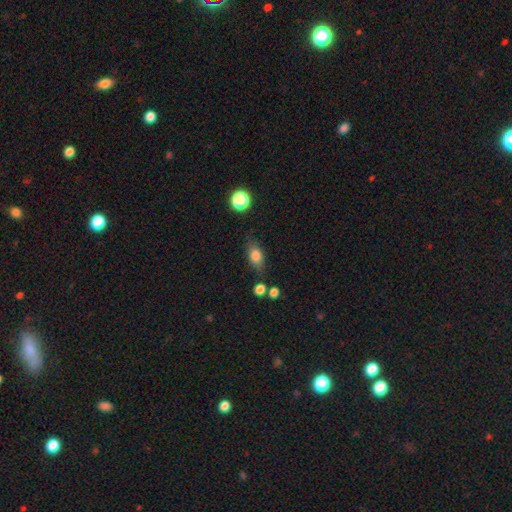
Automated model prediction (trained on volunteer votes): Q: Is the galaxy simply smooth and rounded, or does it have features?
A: smooth — 79%.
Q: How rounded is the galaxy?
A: in between — 78%.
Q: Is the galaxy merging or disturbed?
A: none — 75%.